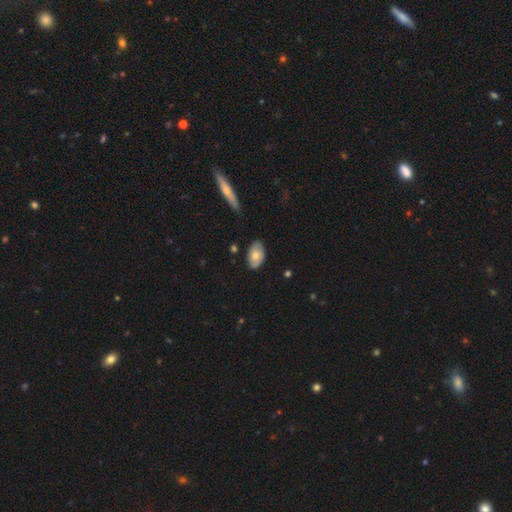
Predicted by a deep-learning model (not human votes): smooth 64%, featured or disk 30%, star or artifact 6%. Down the decision tree: how rounded — in between (91%); merging — none (76%).